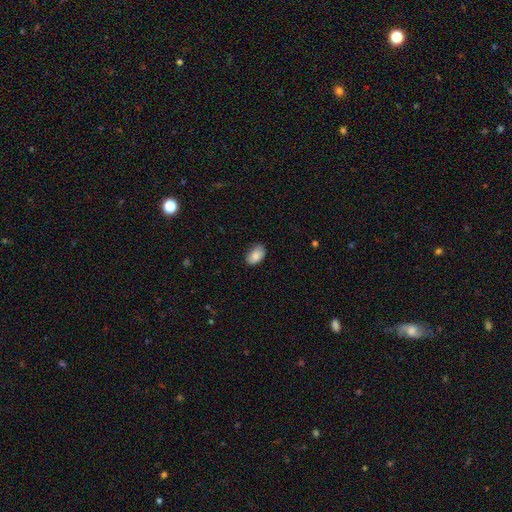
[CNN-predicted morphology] Overall: smooth (86%). How rounded: in between (90%). Merging: none (77%).